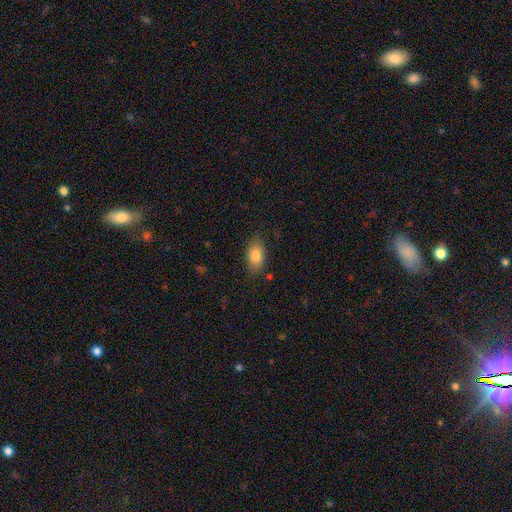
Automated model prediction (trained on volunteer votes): smooth_or_featured: smooth (p=0.84) [alt: featured or disk p=0.08]
how_rounded: in between (p=0.89) [alt: round p=0.08]
merging: none (p=0.81) [alt: minor disturbance p=0.14]